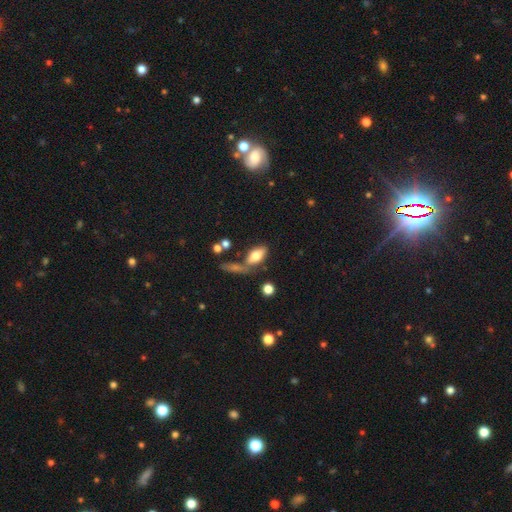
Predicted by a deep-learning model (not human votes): Smooth or featured? smooth (70%)
How rounded? in between (81%)
Merging? none (52%)